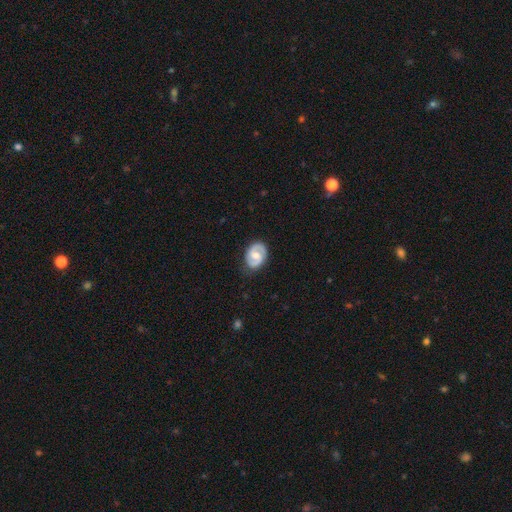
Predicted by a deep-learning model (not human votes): Smooth or featured: featured or disk — 75% (smooth — 21%)
Edge-on disk: no — 97% (yes — 3%)
Bar: weak — 48% (no — 38%)
Spiral arms: yes — 87% (no — 13%)
Spiral winding: medium — 47% (tight — 36%)
Spiral arm count: 2 — 88% (can't tell — 6%)
Bulge size: moderate — 69% (small — 22%)
Merging: none — 82% (minor disturbance — 14%)